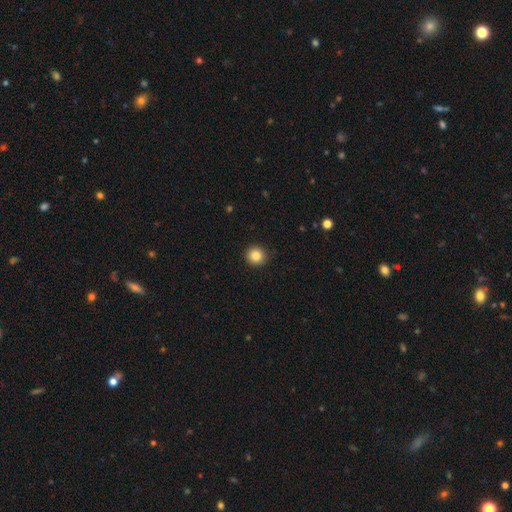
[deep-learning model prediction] Smooth or featured?
  - smooth: 85% *
  - star or artifact: 10%
  - featured or disk: 4%
How rounded?
  - round: 93% *
  - in between: 6%
  - cigar-shaped: 1%
Merging?
  - none: 90% *
  - minor disturbance: 7%
  - major disturbance: 2%
  - merger: 1%